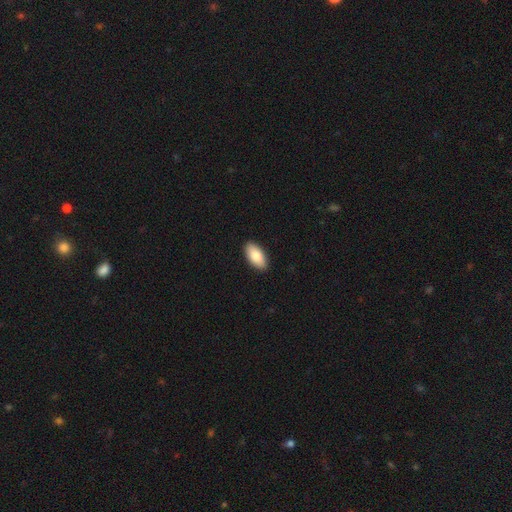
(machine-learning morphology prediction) Q: Smooth or featured?
A: smooth (84%); runner-up: featured or disk (10%)
Q: How rounded?
A: in between (94%); runner-up: cigar-shaped (3%)
Q: Merging?
A: none (91%); runner-up: minor disturbance (7%)